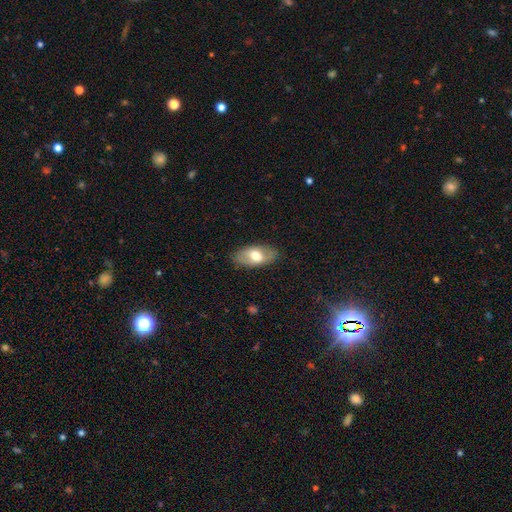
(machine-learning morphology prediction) smooth-or-featured: smooth: 59% | featured or disk: 35% | star or artifact: 6%
  how-rounded: in between: 92% | round: 4% | cigar-shaped: 3%
  merging: none: 82% | minor disturbance: 13% | major disturbance: 3% | merger: 1%